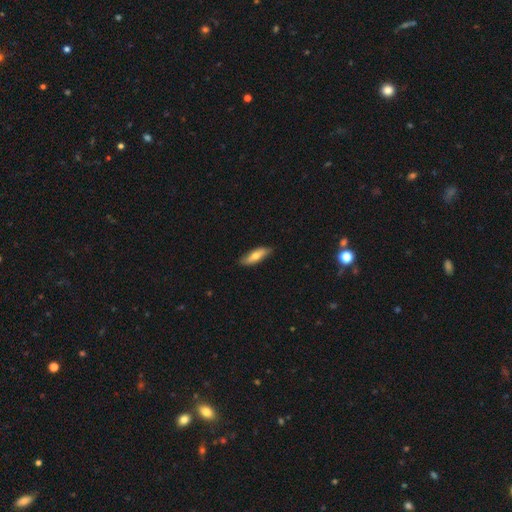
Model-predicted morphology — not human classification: Smooth or featured? Predicted: smooth (p=0.63). How rounded? Predicted: in between (p=0.50). Merging? Predicted: none (p=0.84).